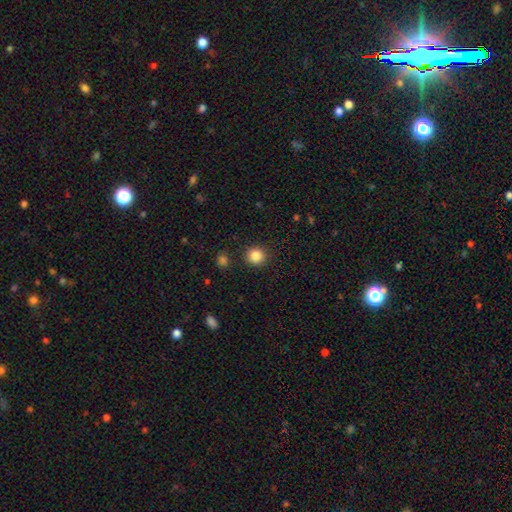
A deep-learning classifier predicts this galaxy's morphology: Smooth or featured? Predicted: smooth (p=0.85). How rounded? Predicted: round (p=0.91). Merging? Predicted: none (p=0.90).